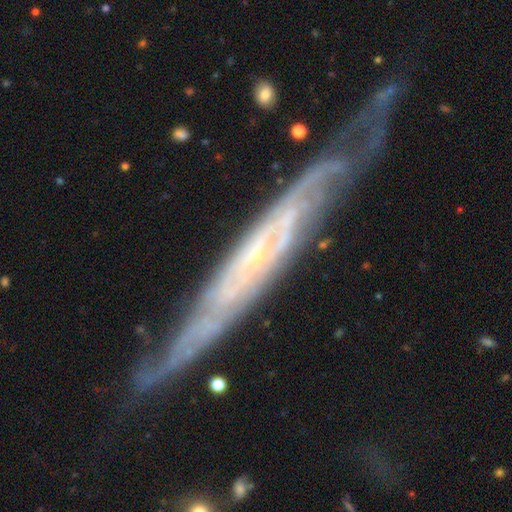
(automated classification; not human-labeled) The model was most divided on "edge-on disk": yes: 58%, no: 42%. More confident: smooth or featured — featured or disk (83%); merging — none (64%).